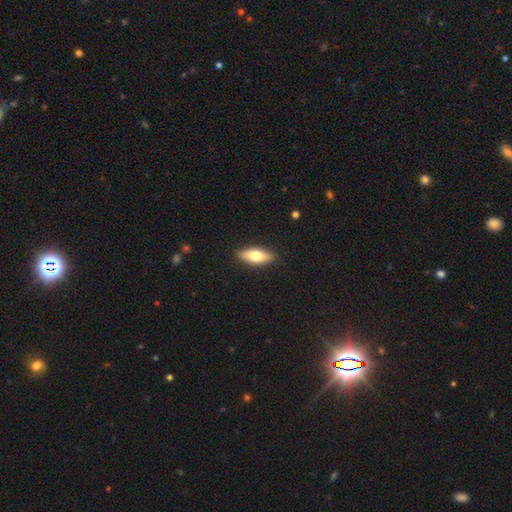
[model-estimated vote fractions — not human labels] This is likely a smooth galaxy (69%). How rounded: likely in between (72%). Merging: clearly none (90%).